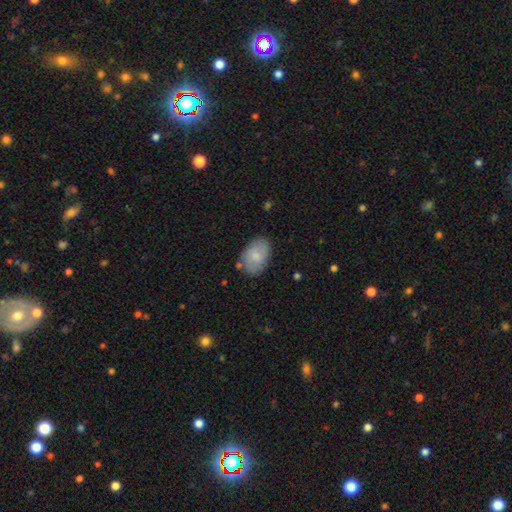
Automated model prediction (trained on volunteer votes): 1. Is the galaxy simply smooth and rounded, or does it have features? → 77% smooth, 17% featured or disk, 6% star or artifact.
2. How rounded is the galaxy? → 88% in between, 11% round, 1% cigar-shaped.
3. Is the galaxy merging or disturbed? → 76% none, 17% minor disturbance, 4% major disturbance, 3% merger.